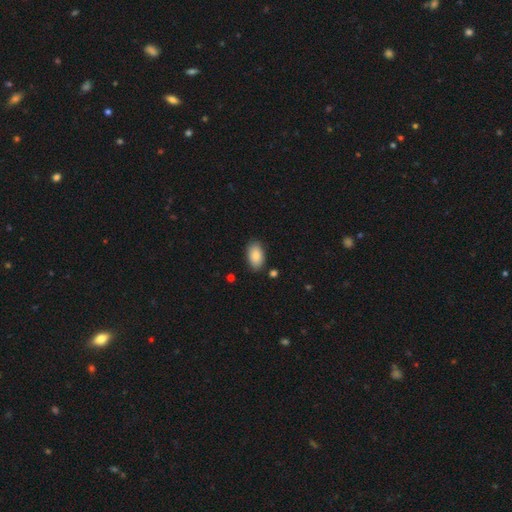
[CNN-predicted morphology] smooth_or_featured: smooth (p=0.87) [alt: star or artifact p=0.06]
how_rounded: in between (p=0.94) [alt: round p=0.05]
merging: none (p=0.84) [alt: minor disturbance p=0.11]